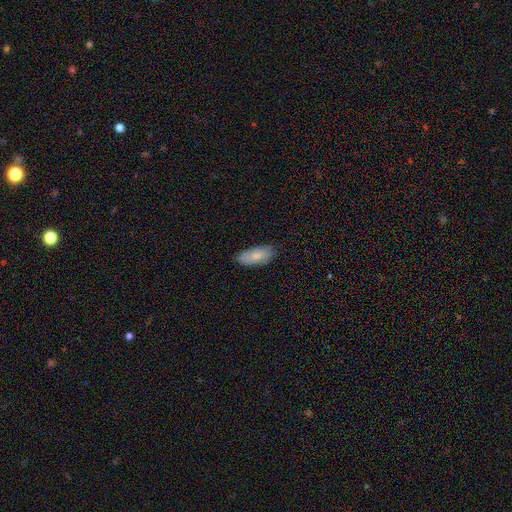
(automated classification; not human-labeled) This is likely a smooth galaxy (78%). How rounded: clearly in between (89%). Merging: likely none (76%).